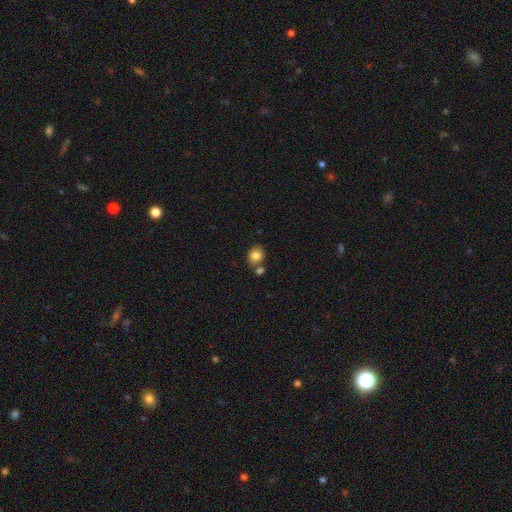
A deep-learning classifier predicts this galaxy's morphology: Overall: smooth (84%). How rounded: round (67%; in between 32%). Merging: none (61%; merger 23%).